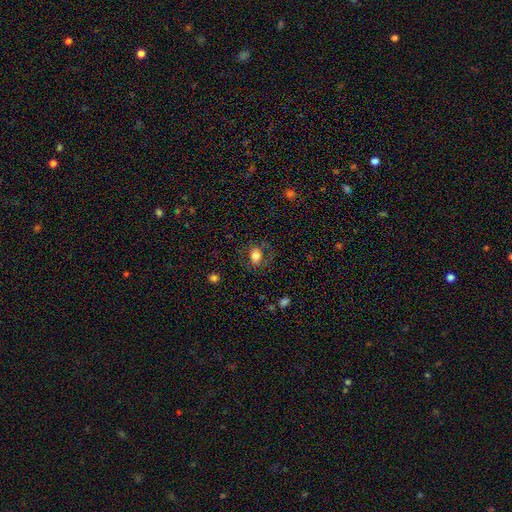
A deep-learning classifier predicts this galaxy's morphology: Smooth or featured?
  - smooth: 76% *
  - featured or disk: 14%
  - star or artifact: 10%
How rounded?
  - in between: 65% *
  - round: 34%
  - cigar-shaped: 1%
Merging?
  - none: 75% *
  - minor disturbance: 15%
  - major disturbance: 9%
  - merger: 1%